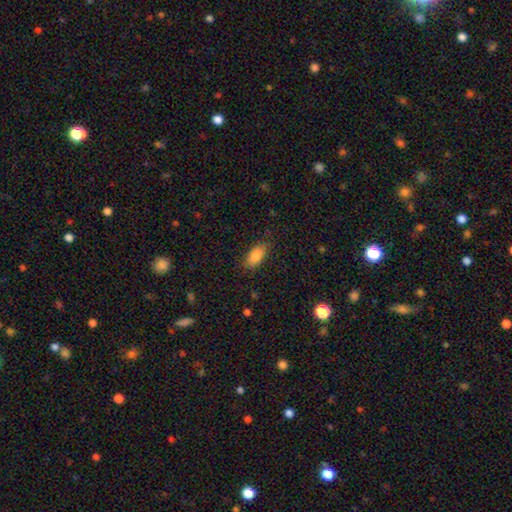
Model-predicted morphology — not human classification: This is clearly a smooth galaxy (86%). How rounded: clearly in between (88%). Merging: clearly none (80%).